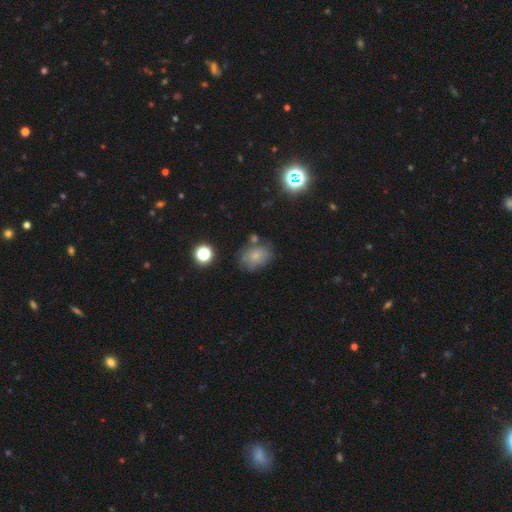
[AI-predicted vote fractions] A smooth galaxy with no disk features (72%) that is in between round and cigar-shaped (64%).

Vote fractions:
- Smooth or featured? smooth: 72% / featured or disk: 16% / star or artifact: 13%
- How rounded? in between: 64% / round: 35% / cigar-shaped: 1%
- Merging? none: 61% / minor disturbance: 22% / merger: 10% / major disturbance: 7%